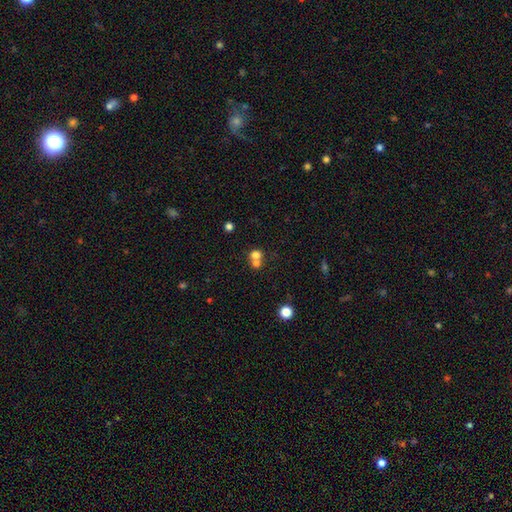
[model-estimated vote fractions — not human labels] This is likely a smooth galaxy (73%). How rounded: likely round (80%). Merging: possibly merger (57%).